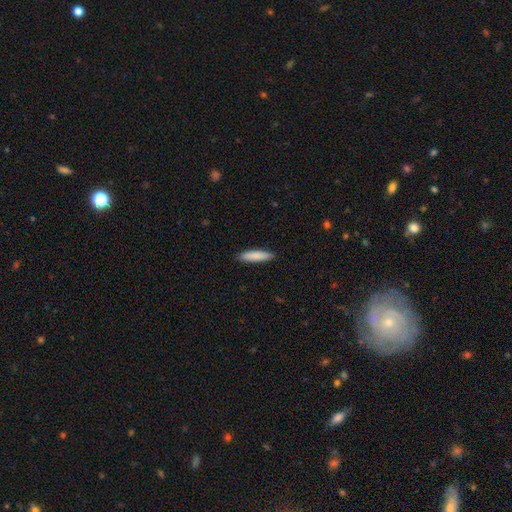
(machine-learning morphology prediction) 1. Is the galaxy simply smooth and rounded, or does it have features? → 86% smooth, 9% featured or disk, 5% star or artifact.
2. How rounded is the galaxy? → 78% cigar-shaped, 20% in between, 1% round.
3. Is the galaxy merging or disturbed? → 90% none, 8% minor disturbance, 2% major disturbance, 1% merger.